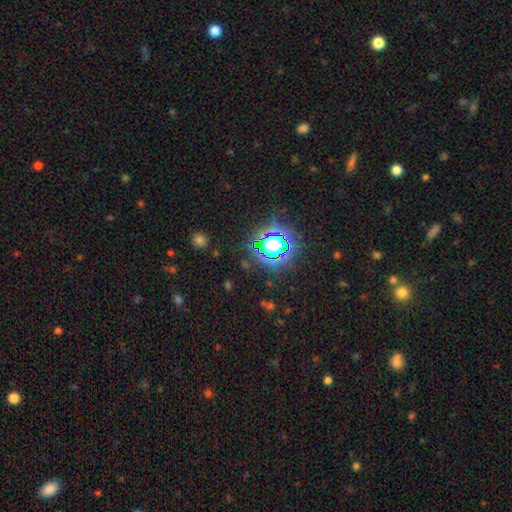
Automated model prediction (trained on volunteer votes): Q: Smooth or featured?
A: star or artifact (79%); runner-up: smooth (14%)